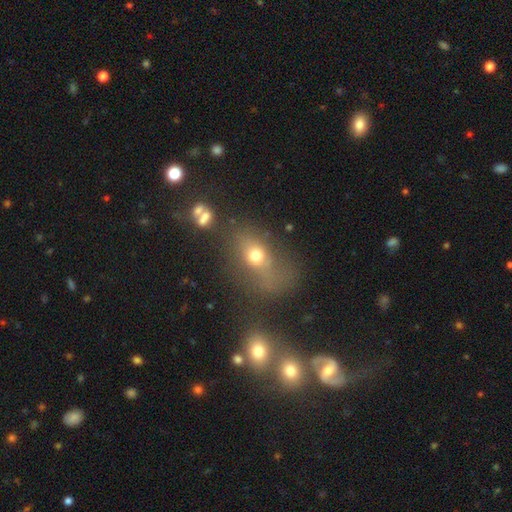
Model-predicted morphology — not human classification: A smooth galaxy with no disk features (61%) that is in between round and cigar-shaped (66%).

Vote fractions:
- Smooth or featured? smooth: 61% / featured or disk: 22% / star or artifact: 17%
- How rounded? in between: 66% / round: 30% / cigar-shaped: 5%
- Merging? none: 45% / major disturbance: 24% / minor disturbance: 20% / merger: 11%